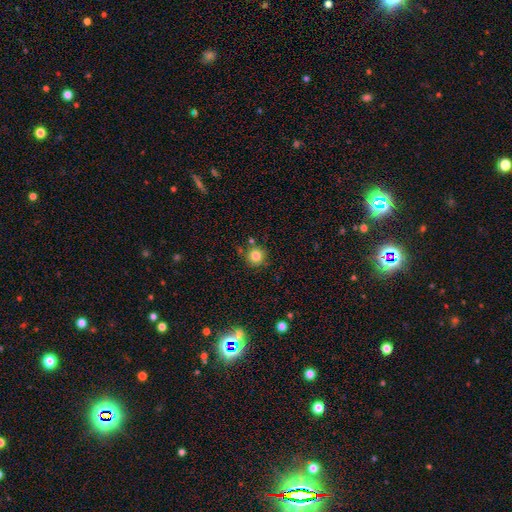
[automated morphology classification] type=smooth (83%); roundness=round (94%); merging=none (82%).